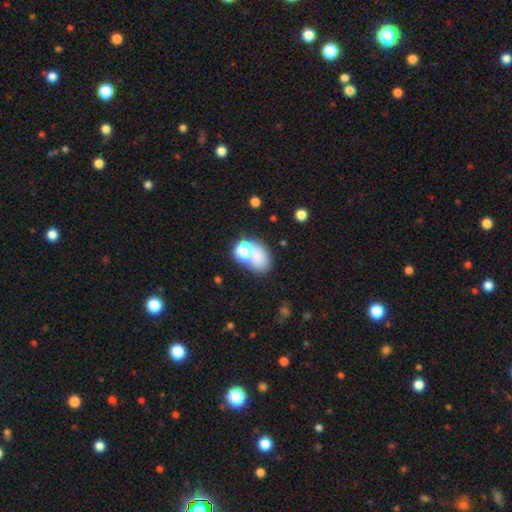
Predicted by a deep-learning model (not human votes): The model was most divided on "merging": none: 46%, merger: 29%, minor disturbance: 15%, major disturbance: 10%. More confident: smooth or featured — smooth (70%); how rounded — in between (64%).